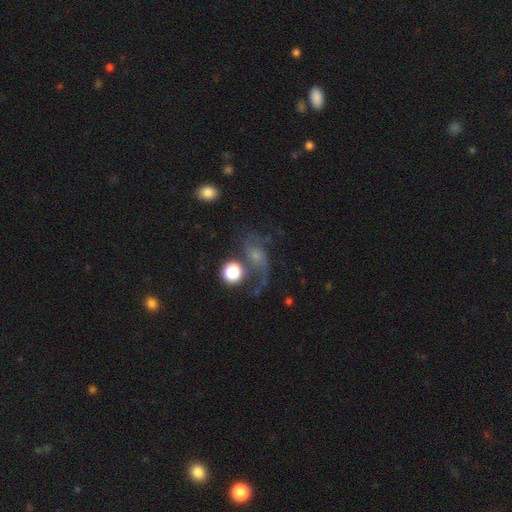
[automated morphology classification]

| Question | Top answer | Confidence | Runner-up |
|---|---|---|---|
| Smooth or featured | featured or disk | 69% | star or artifact (15%) |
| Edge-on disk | no | 96% | yes (4%) |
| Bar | no | 63% | weak (30%) |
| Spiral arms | yes | 91% | no (9%) |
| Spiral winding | loose | 67% | medium (27%) |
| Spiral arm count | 2 | 72% | 1 (16%) |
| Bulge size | small | 45% | moderate (33%) |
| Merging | none | 51% | major disturbance (24%) |